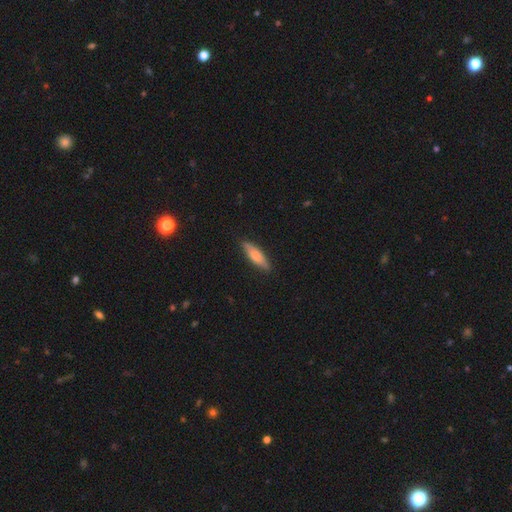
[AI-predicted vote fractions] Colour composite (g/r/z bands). It shows a smooth galaxy with no disk features (66%) that is cigar-shaped (54%). Merging: none (83%).